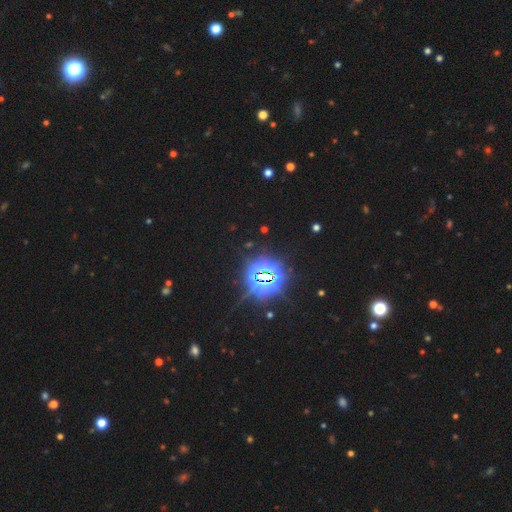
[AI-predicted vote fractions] star or artifact 81%, smooth 12%, featured or disk 6%.